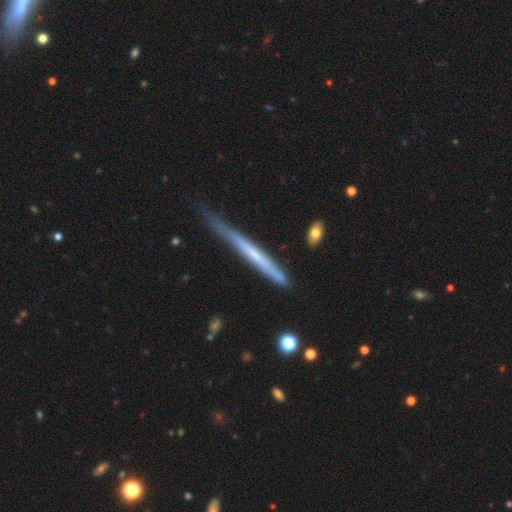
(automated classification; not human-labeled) Smooth or featured? featured or disk (55%)
Edge-on disk? yes (94%)
Edge-on bulge? none (80%)
Merging? none (57%)